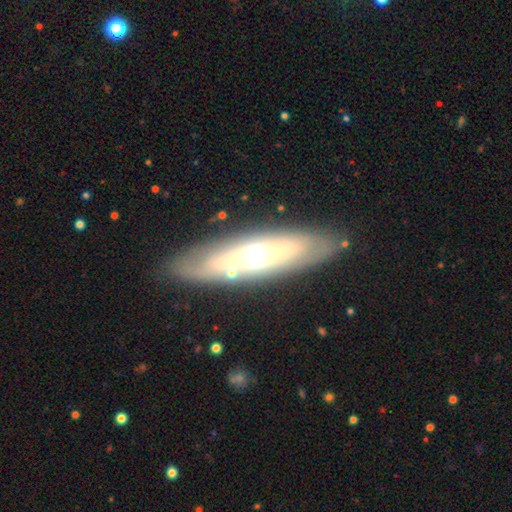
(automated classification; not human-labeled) Overall: featured or disk (59%; smooth 35%). Edge-on disk: no (59%; yes 41%). Merging: none (81%).